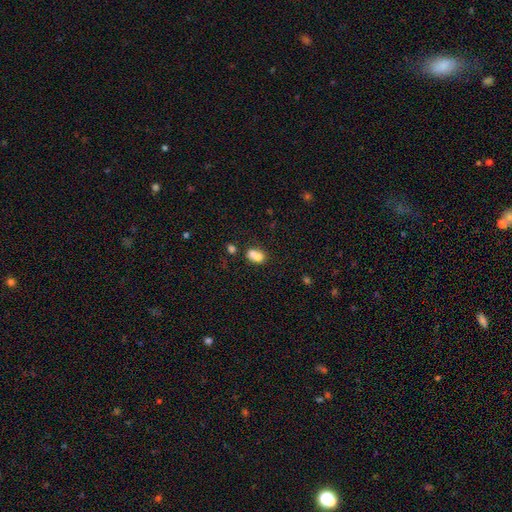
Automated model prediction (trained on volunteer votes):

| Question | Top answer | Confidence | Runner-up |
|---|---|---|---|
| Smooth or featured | smooth | 75% | featured or disk (14%) |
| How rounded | in between | 68% | round (30%) |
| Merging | merger | 52% | none (30%) |